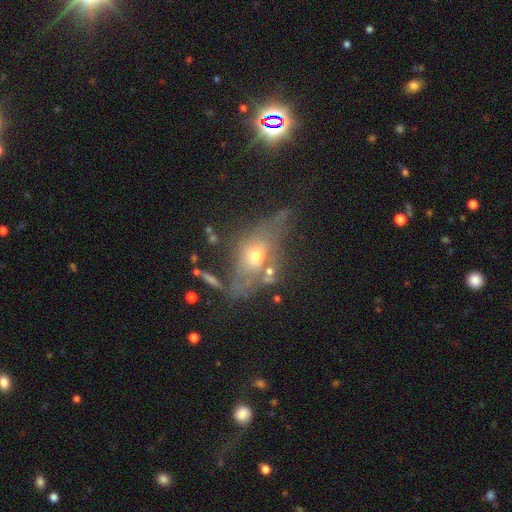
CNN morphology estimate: Smooth or featured? featured or disk (49%)
Merging? none (39%)